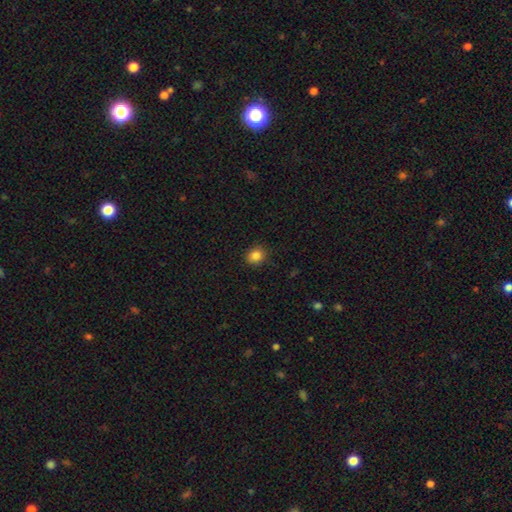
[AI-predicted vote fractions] Smooth or featured? Predicted: smooth (p=0.85). How rounded? Predicted: round (p=0.77). Merging? Predicted: none (p=0.89).